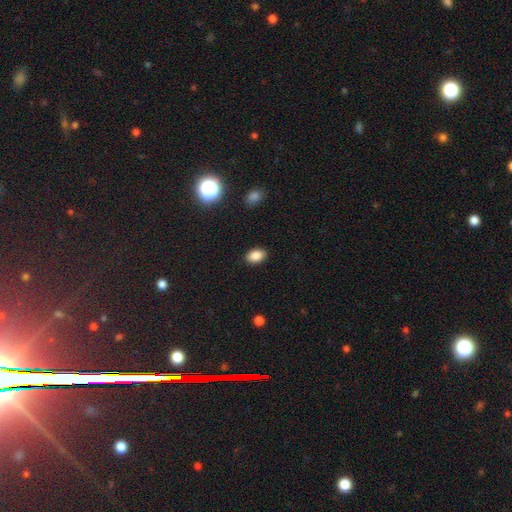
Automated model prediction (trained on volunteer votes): Smooth or featured?
  - smooth: 85% *
  - star or artifact: 10%
  - featured or disk: 5%
How rounded?
  - in between: 84% *
  - round: 14%
  - cigar-shaped: 1%
Merging?
  - none: 89% *
  - minor disturbance: 8%
  - major disturbance: 2%
  - merger: 1%